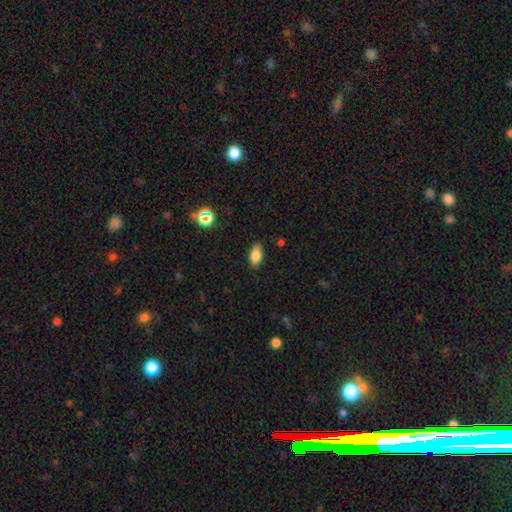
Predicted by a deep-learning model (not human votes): Smooth or featured?
  - smooth: 82% *
  - featured or disk: 10%
  - star or artifact: 9%
How rounded?
  - in between: 88% *
  - cigar-shaped: 7%
  - round: 5%
Merging?
  - none: 86% *
  - minor disturbance: 11%
  - major disturbance: 2%
  - merger: 1%